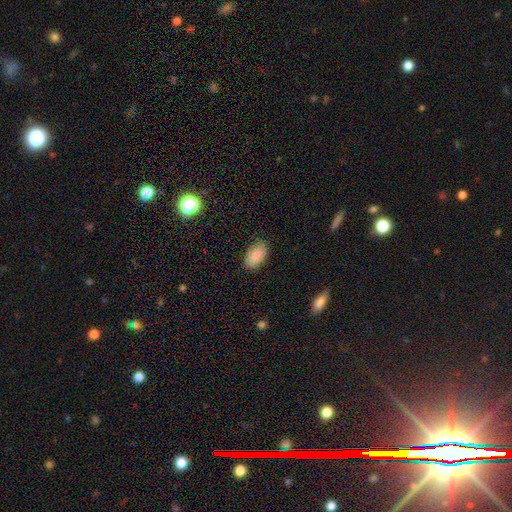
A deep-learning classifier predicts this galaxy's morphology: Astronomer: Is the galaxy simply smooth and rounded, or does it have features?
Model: smooth — 88%.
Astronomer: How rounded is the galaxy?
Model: in between — 93%.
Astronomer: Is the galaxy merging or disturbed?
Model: none — 83%.